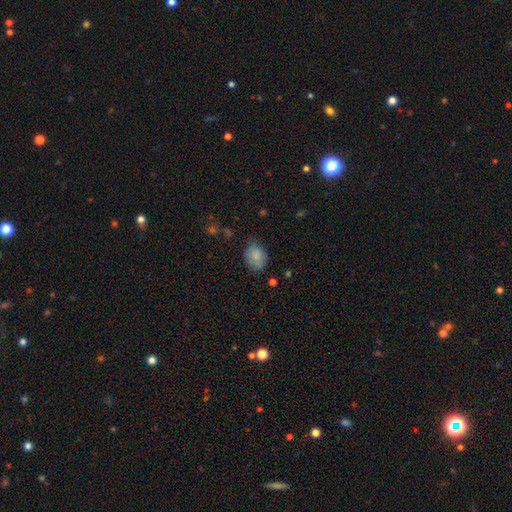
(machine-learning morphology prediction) Smooth or featured?
  - smooth: 82% *
  - featured or disk: 10%
  - star or artifact: 9%
How rounded?
  - in between: 60% *
  - round: 39%
  - cigar-shaped: 1%
Merging?
  - none: 66% *
  - minor disturbance: 26%
  - major disturbance: 7%
  - merger: 2%